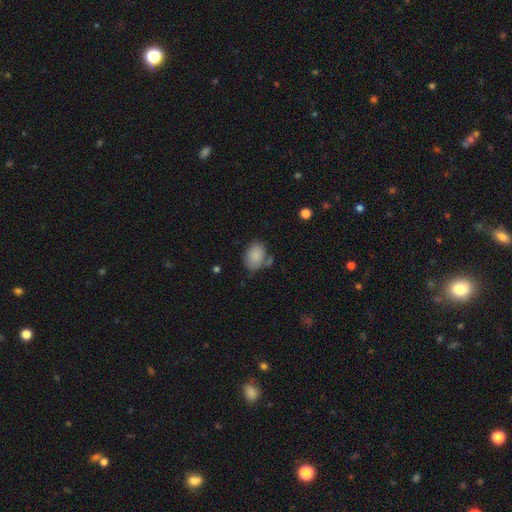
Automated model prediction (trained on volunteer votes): smooth-or-featured: smooth: 85% | featured or disk: 8% | star or artifact: 7%
  how-rounded: in between: 74% | round: 25% | cigar-shaped: 1%
  merging: none: 63% | minor disturbance: 19% | merger: 12% | major disturbance: 6%